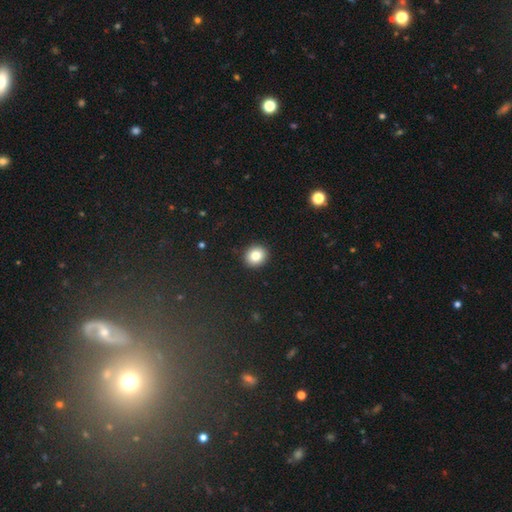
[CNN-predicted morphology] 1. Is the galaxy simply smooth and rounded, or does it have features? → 82% smooth, 10% star or artifact, 8% featured or disk.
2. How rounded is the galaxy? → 83% round, 16% in between, 1% cigar-shaped.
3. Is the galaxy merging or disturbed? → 92% none, 5% minor disturbance, 2% major disturbance, 1% merger.